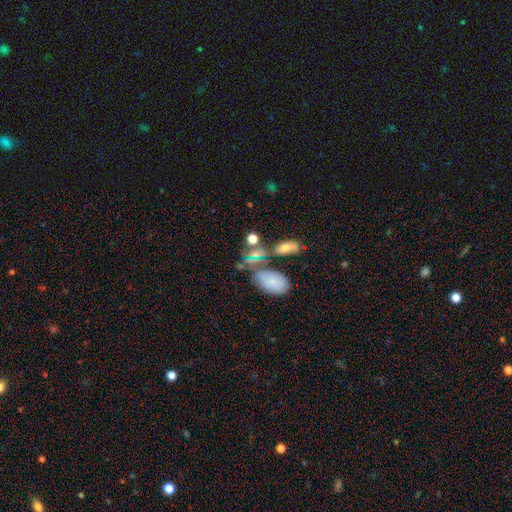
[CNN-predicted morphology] Smooth or featured: smooth — 61% (star or artifact — 22%)
How rounded: in between — 71% (round — 23%)
Merging: none — 44% (merger — 31%)